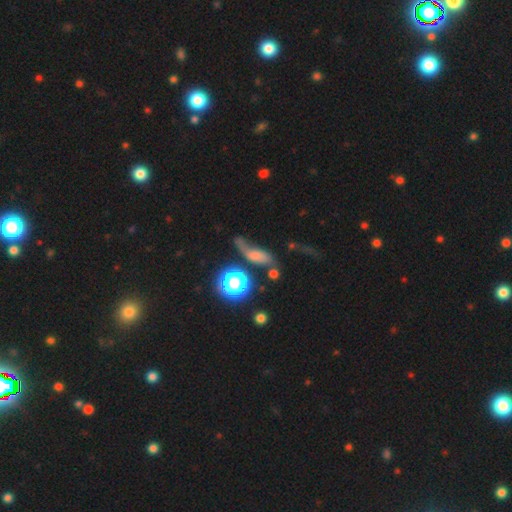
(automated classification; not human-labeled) A smooth galaxy with no disk features (52%) that is in between round and cigar-shaped (55%).

Vote fractions:
- Smooth or featured? smooth: 52% / featured or disk: 25% / star or artifact: 22%
- How rounded? in between: 55% / round: 25% / cigar-shaped: 20%
- Merging? none: 31% / major disturbance: 30% / minor disturbance: 19% / merger: 19%